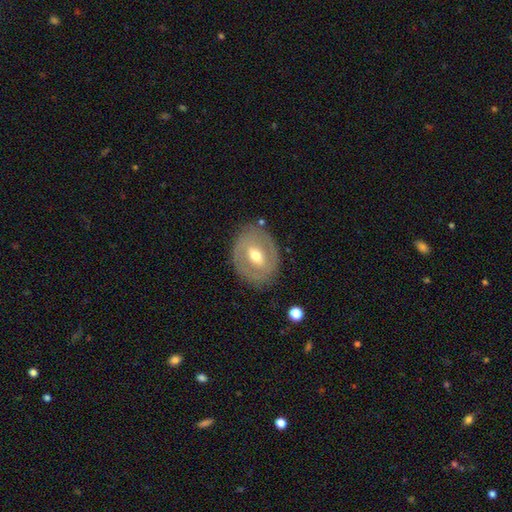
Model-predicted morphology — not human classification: Smooth or featured? Predicted: featured or disk (p=0.60). Edge-on disk? Predicted: no (p=0.93). Bar? Predicted: weak (p=0.44). Spiral arms? Predicted: no (p=0.63). Bulge size? Predicted: moderate (p=0.71). Merging? Predicted: none (p=0.78).